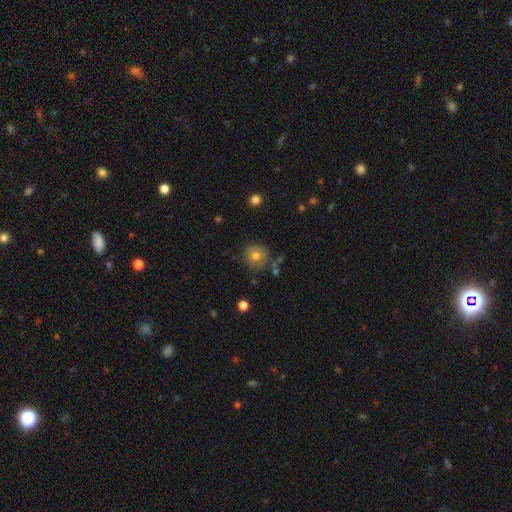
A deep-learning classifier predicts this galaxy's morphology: Overall: smooth (74%). How rounded: round (91%). Merging: none (80%).